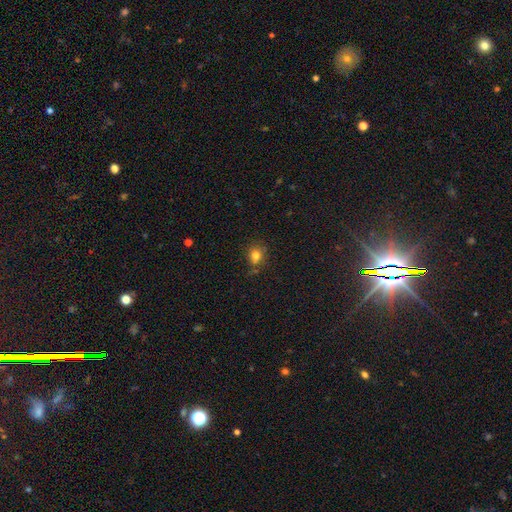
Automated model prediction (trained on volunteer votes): A smooth galaxy with no disk features (78%) that is round (75%). Merging: none (65%).